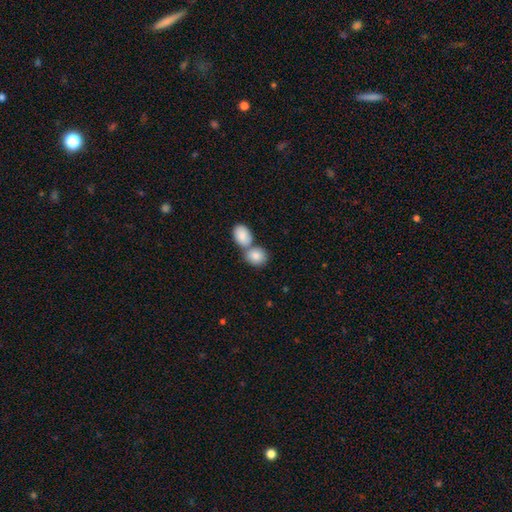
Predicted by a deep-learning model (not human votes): The model was most divided on "how rounded": in between: 53%, round: 46%, cigar-shaped: 1%. More confident: smooth or featured — smooth (85%); merging — merger (59%).